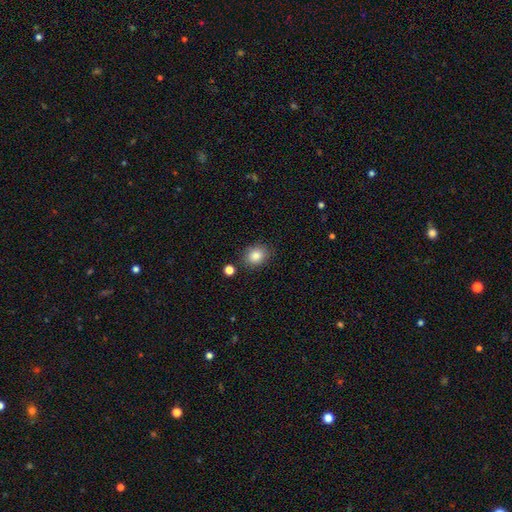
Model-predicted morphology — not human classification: This is clearly a smooth galaxy (84%). How rounded: possibly round (54%). Merging: clearly none (83%).